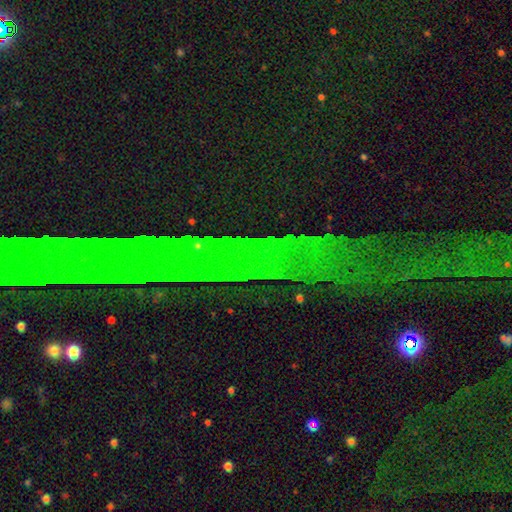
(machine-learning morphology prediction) This is likely a star or artifact rather than a galaxy (76%).